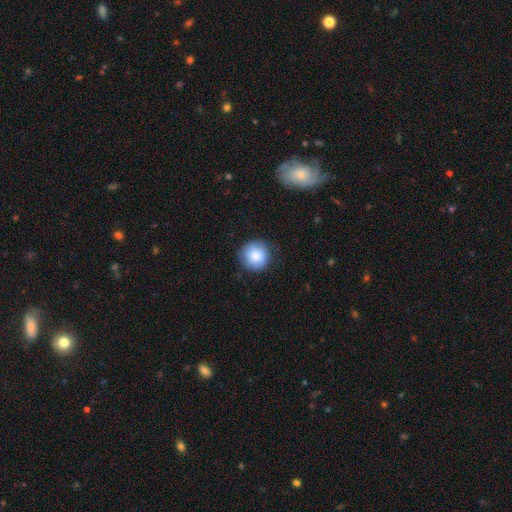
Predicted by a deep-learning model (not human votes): smooth_or_featured: smooth (p=0.84) [alt: featured or disk p=0.09]
how_rounded: round (p=0.93) [alt: in between p=0.06]
merging: none (p=0.82) [alt: minor disturbance p=0.13]